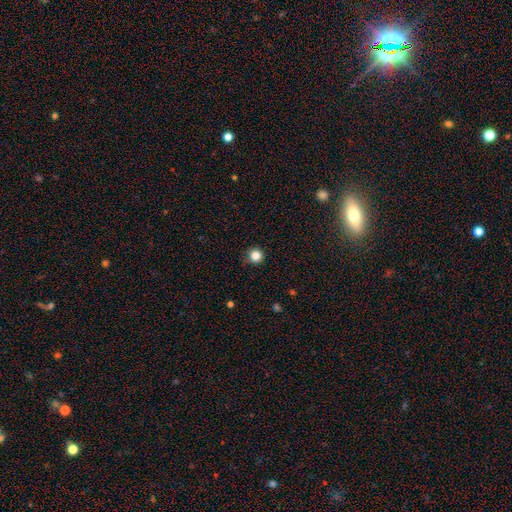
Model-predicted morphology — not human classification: type=smooth (84%); roundness=round (96%); merging=none (89%).